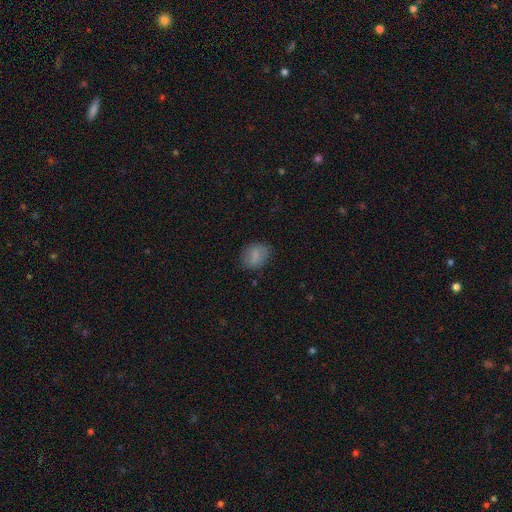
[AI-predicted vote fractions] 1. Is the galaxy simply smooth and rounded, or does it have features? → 76% smooth, 16% featured or disk, 9% star or artifact.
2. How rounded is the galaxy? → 55% in between, 43% round, 2% cigar-shaped.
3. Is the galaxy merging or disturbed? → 77% none, 17% minor disturbance, 5% major disturbance, 1% merger.